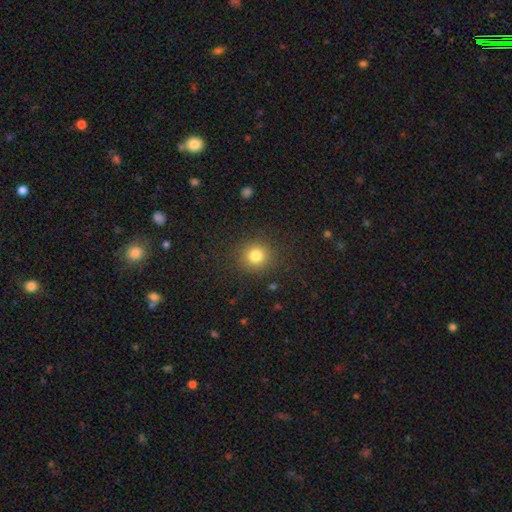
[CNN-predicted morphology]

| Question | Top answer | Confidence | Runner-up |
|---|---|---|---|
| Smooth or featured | smooth | 81% | star or artifact (13%) |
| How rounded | round | 88% | in between (11%) |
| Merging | none | 88% | minor disturbance (8%) |